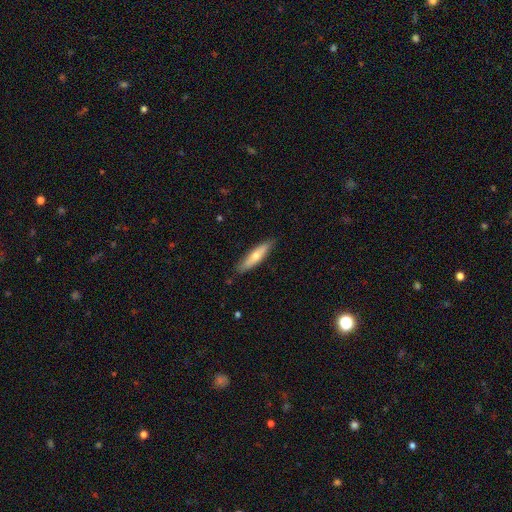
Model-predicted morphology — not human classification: This appears to be a smooth galaxy with no disk features (52%) that is cigar-shaped (80%). Merging: none (86%).